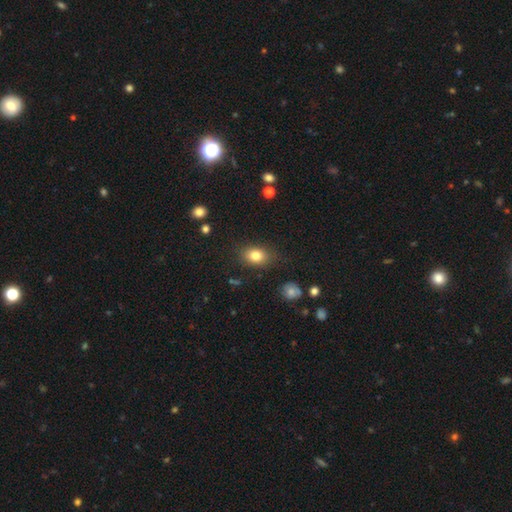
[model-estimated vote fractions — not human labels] This is clearly a smooth galaxy (81%). How rounded: likely in between (72%). Merging: clearly none (81%).